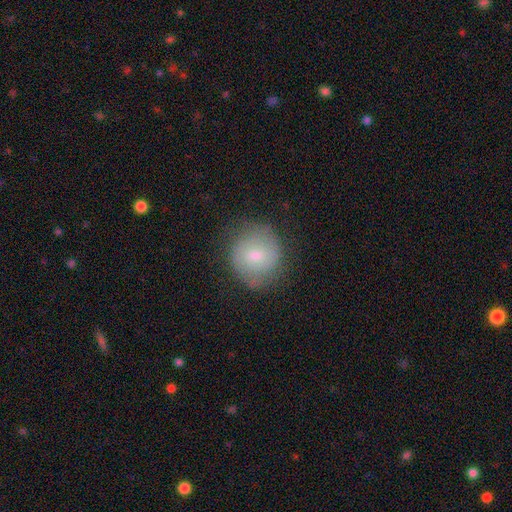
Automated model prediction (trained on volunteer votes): Smooth or featured? smooth (61%)
How rounded? round (88%)
Merging? none (73%)